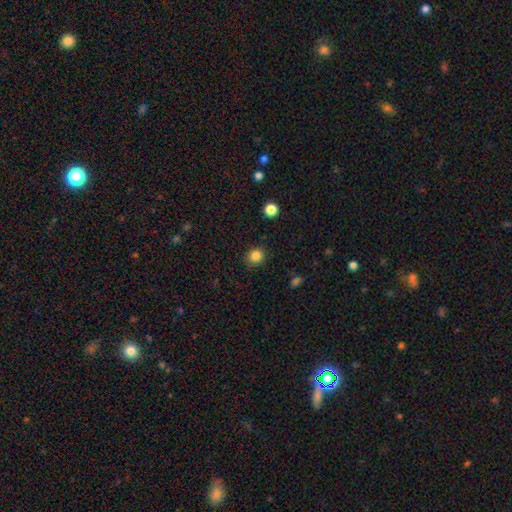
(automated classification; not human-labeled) Smooth or featured?
  - smooth: 84% *
  - star or artifact: 12%
  - featured or disk: 4%
How rounded?
  - round: 85% *
  - in between: 14%
  - cigar-shaped: 1%
Merging?
  - none: 88% *
  - minor disturbance: 9%
  - major disturbance: 2%
  - merger: 1%